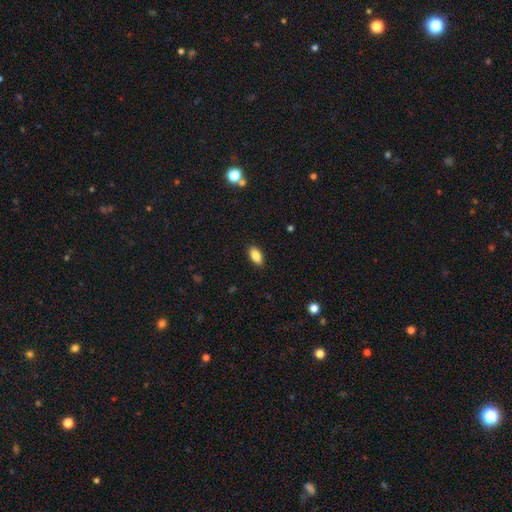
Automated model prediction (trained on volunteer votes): The model was most divided on "smooth or featured": smooth: 86%, star or artifact: 8%, featured or disk: 6%. More confident: how rounded — in between (91%); merging — none (89%).